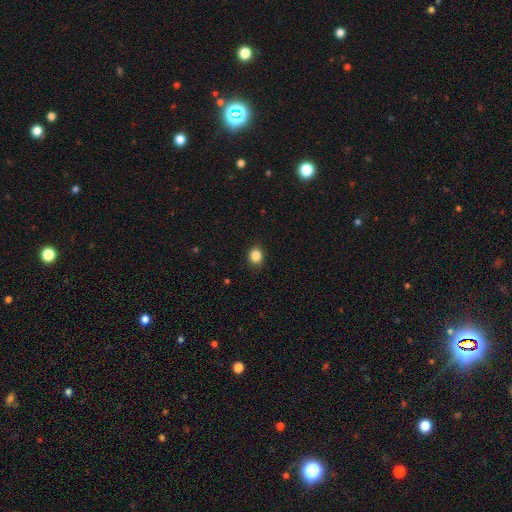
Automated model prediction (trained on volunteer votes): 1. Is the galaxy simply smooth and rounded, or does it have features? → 85% smooth, 11% star or artifact, 4% featured or disk.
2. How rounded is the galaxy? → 69% round, 30% in between, 1% cigar-shaped.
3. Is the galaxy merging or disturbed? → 89% none, 8% minor disturbance, 2% major disturbance, 1% merger.